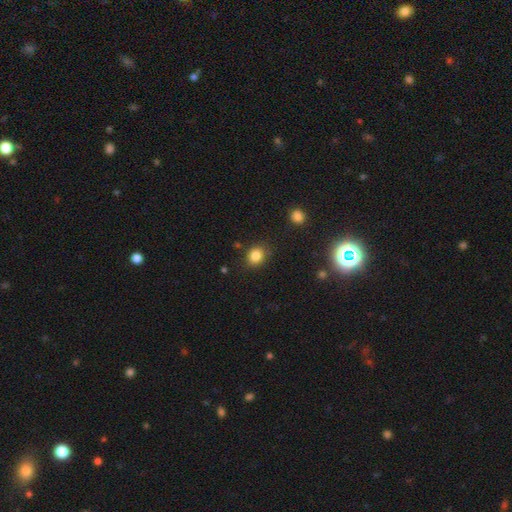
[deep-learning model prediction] Smooth or featured: smooth — 84% (star or artifact — 11%)
How rounded: round — 60% (in between — 39%)
Merging: none — 81% (minor disturbance — 13%)